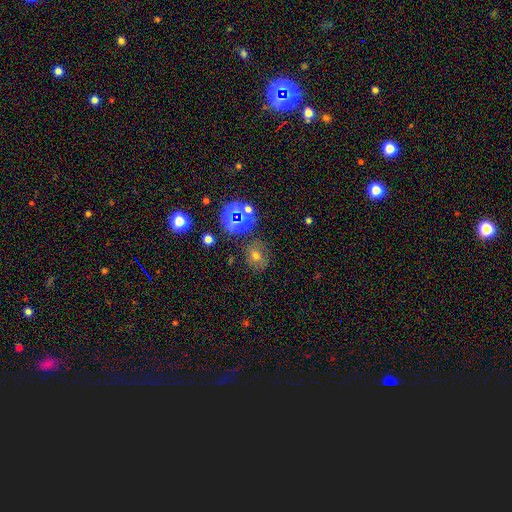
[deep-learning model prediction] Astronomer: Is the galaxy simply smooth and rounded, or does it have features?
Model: smooth — 53% (runner-up: star or artifact, 31%).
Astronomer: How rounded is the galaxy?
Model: round — 66%.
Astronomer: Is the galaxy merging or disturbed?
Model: none — 73%.